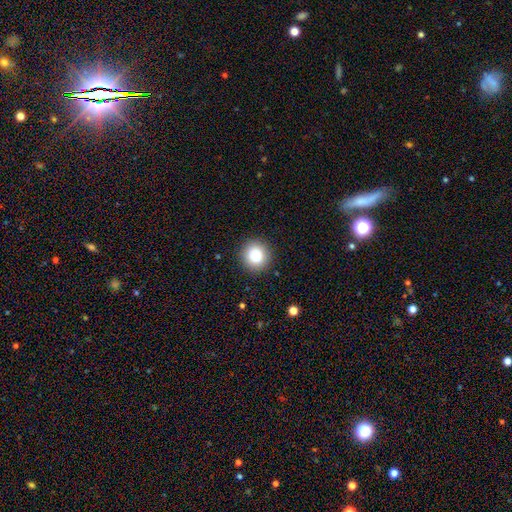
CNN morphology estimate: type=smooth (83%); roundness=round (93%); merging=none (91%).